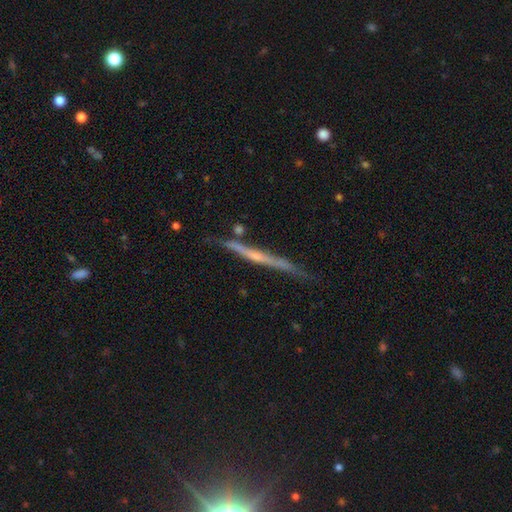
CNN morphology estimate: This appears to be a featured or disk galaxy (69%) viewed edge-on (96%) with no central bulge (51%). Merging: none (73%).